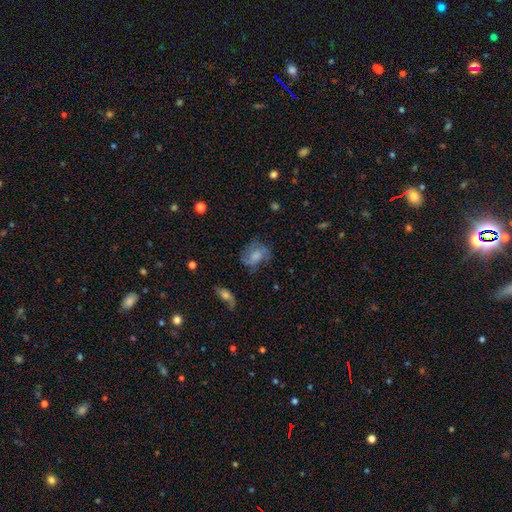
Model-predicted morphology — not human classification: Smooth or featured? smooth (55%)
How rounded? in between (58%)
Merging? none (51%)